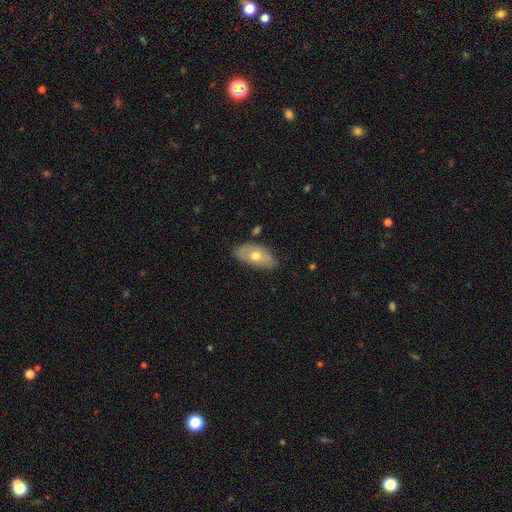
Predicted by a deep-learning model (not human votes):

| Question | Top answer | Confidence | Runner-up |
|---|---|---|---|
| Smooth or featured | smooth | 56% | featured or disk (37%) |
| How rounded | in between | 91% | round (5%) |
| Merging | none | 76% | minor disturbance (18%) |